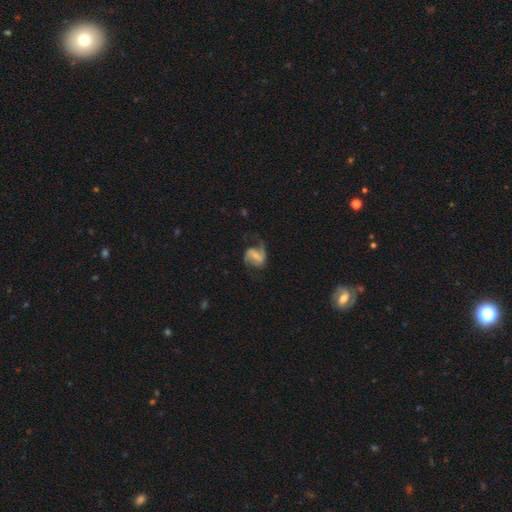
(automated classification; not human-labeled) featured or disk 77%, smooth 17%, star or artifact 7%. Down the decision tree: edge-on disk — no (97%); bar — weak (42%); spiral arms — yes (92%); spiral arm count — 2 (82%); spiral winding — medium (43%, tied with loose); bulge size — small (49%); merging — none (60%).